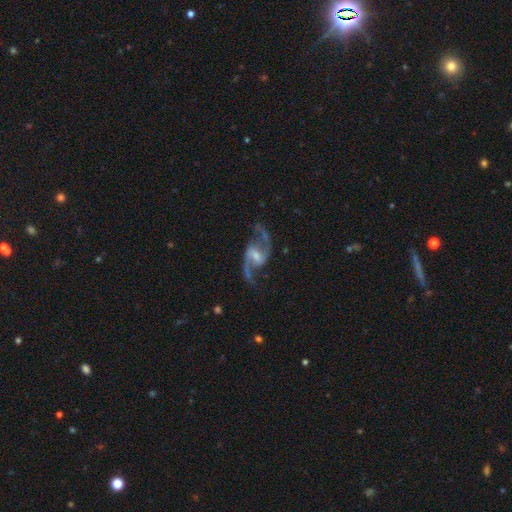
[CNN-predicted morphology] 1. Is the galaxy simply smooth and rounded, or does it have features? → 92% featured or disk, 4% star or artifact, 4% smooth.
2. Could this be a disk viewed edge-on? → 98% no, 2% yes.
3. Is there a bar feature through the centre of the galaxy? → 56% weak, 22% no, 22% strong.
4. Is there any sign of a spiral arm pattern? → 98% yes, 2% no.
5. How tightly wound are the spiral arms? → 61% loose, 33% medium, 5% tight.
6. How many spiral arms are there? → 94% 2, 1% can't tell, 1% 1, 1% 3, 1% 4, 1% more than 4.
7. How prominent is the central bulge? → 48% moderate, 37% small, 8% none, 6% large, 1% dominant.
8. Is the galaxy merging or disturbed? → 76% none, 14% minor disturbance, 8% major disturbance, 2% merger.